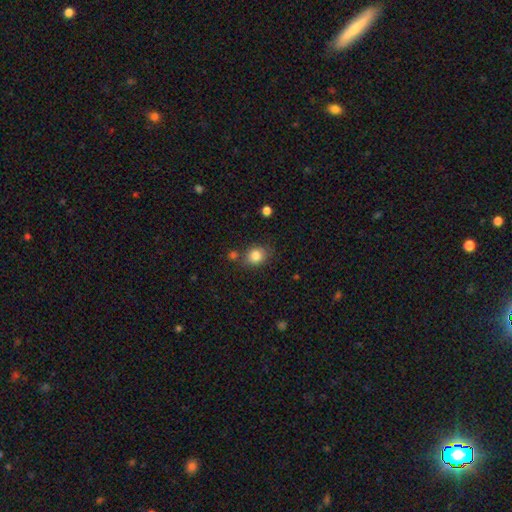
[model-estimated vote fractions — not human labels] Smooth or featured?
  - smooth: 83% *
  - star or artifact: 10%
  - featured or disk: 7%
How rounded?
  - round: 60% *
  - in between: 39%
  - cigar-shaped: 1%
Merging?
  - none: 73% *
  - minor disturbance: 15%
  - merger: 9%
  - major disturbance: 4%